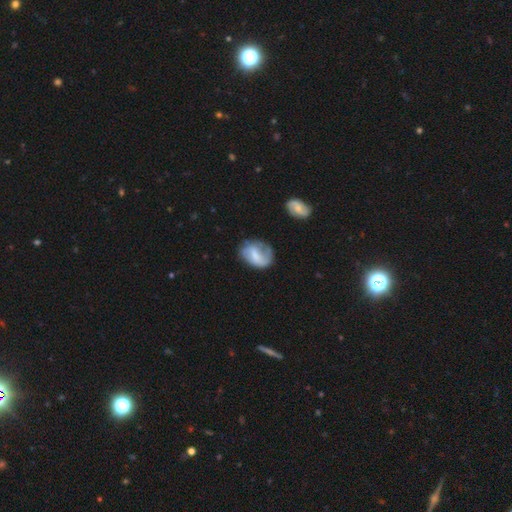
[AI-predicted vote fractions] featured or disk 54%, smooth 39%, star or artifact 7%. Down the decision tree: edge-on disk — no (97%); bar — weak (50%); spiral arms — yes (80%); bulge size — small (35%); merging — none (56%).